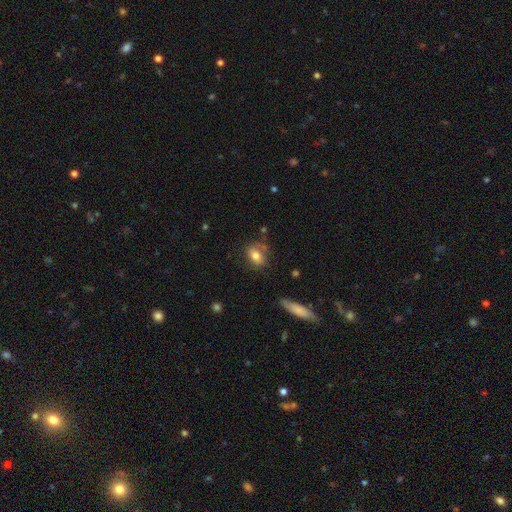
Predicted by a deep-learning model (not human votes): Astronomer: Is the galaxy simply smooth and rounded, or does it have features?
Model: smooth — 76%.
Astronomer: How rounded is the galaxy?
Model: in between — 71%.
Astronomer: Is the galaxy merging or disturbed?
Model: none — 67%.